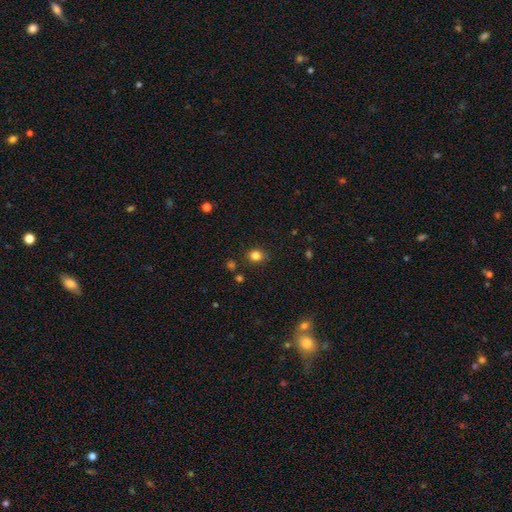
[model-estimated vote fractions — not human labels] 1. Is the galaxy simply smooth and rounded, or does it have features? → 82% smooth, 13% star or artifact, 5% featured or disk.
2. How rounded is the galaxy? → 70% round, 29% in between, 1% cigar-shaped.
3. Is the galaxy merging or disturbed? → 86% none, 9% minor disturbance, 3% major disturbance, 2% merger.